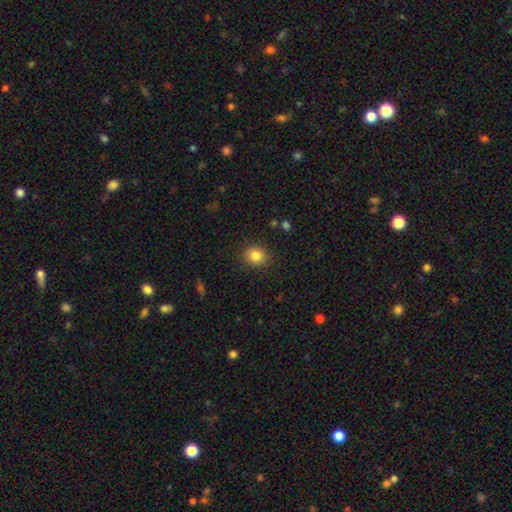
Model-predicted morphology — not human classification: smooth 83%, star or artifact 11%, featured or disk 6%. Down the decision tree: how rounded — round (78%); merging — none (88%).